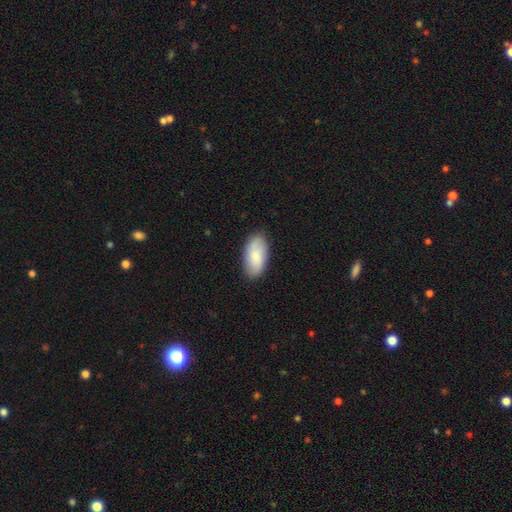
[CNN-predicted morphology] Q: Smooth or featured?
A: smooth (76%); runner-up: featured or disk (18%)
Q: How rounded?
A: in between (94%); runner-up: cigar-shaped (3%)
Q: Merging?
A: none (86%); runner-up: minor disturbance (11%)